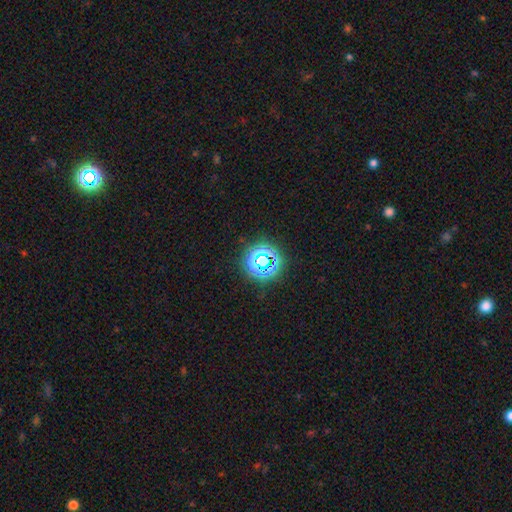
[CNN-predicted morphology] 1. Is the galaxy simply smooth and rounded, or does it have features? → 57% star or artifact, 35% smooth, 8% featured or disk.